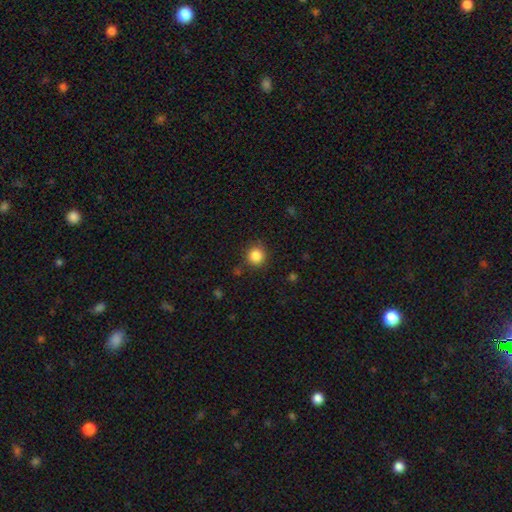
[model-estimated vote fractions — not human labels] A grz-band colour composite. It shows a smooth galaxy with no disk features (85%) that is round (93%). Merging: none (87%).